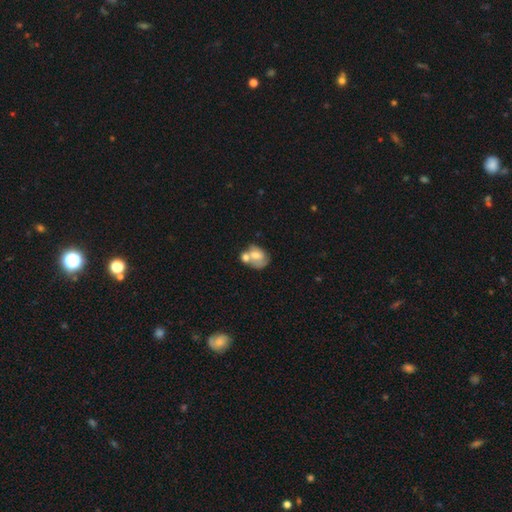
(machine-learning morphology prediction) Smooth or featured? smooth (57%)
How rounded? in between (58%)
Merging? merger (53%)